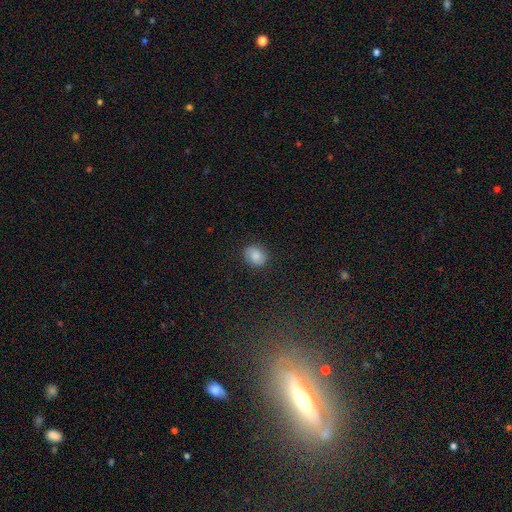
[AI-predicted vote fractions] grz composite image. It shows a smooth galaxy with no disk features (83%) that is round (54%). Merging: none (85%).